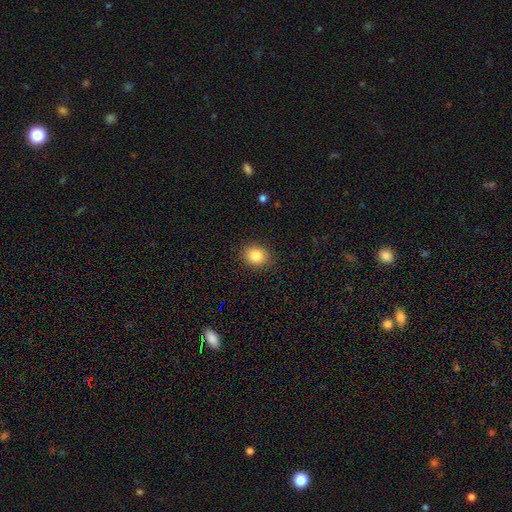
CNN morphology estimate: smooth 85%, star or artifact 9%, featured or disk 5%. Down the decision tree: how rounded — round (55%); merging — none (88%).